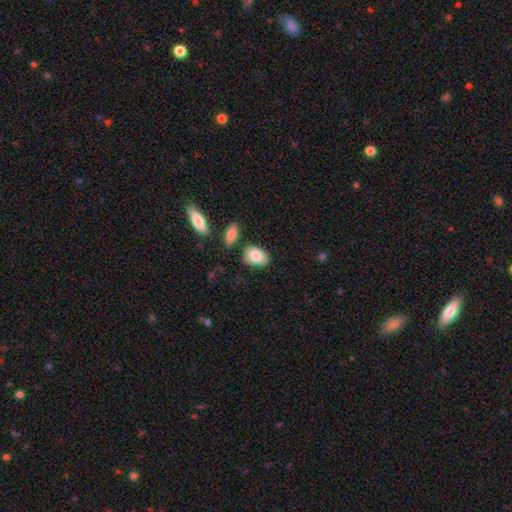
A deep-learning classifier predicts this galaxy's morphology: A smooth galaxy with no disk features (87%) that is in between round and cigar-shaped (82%).

Vote fractions:
- Smooth or featured? smooth: 87% / featured or disk: 6% / star or artifact: 6%
- How rounded? in between: 82% / round: 16% / cigar-shaped: 1%
- Merging? none: 73% / minor disturbance: 17% / merger: 6% / major disturbance: 4%